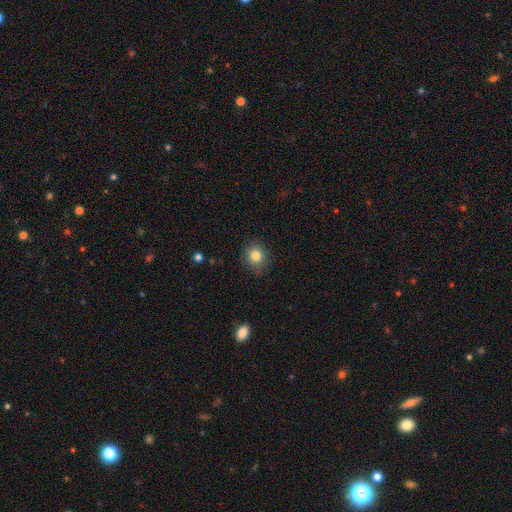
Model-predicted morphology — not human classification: Smooth or featured: smooth — 82% (star or artifact — 11%)
How rounded: round — 73% (in between — 26%)
Merging: none — 83% (minor disturbance — 14%)